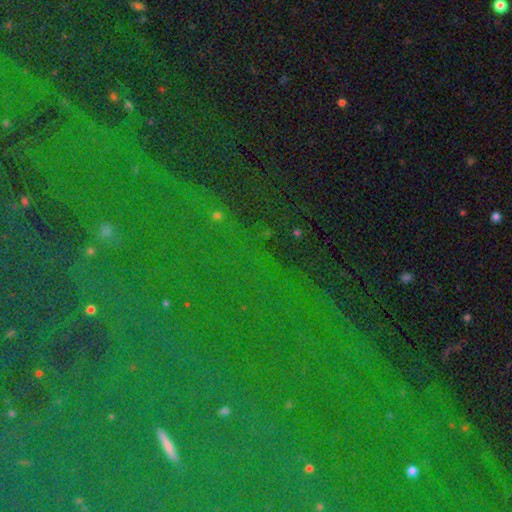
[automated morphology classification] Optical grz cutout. It shows a star or artifact, not a galaxy (86%).